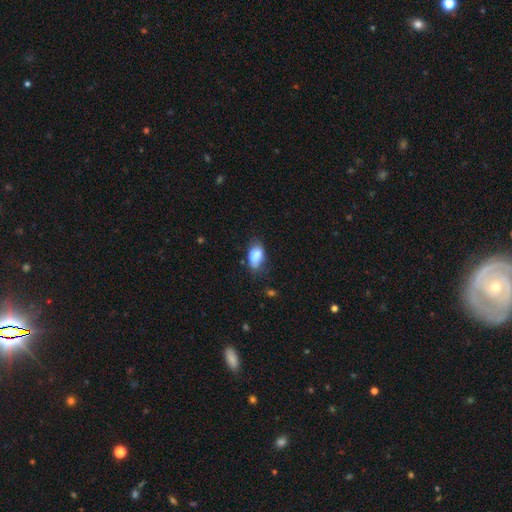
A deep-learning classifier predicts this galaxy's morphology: This appears to be a smooth galaxy with no disk features (80%) that is in between round and cigar-shaped (89%). Merging: none (53%).